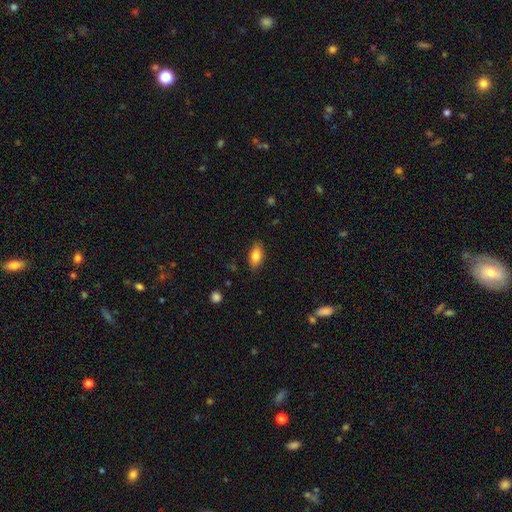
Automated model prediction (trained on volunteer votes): A smooth galaxy with no disk features (81%) that is in between round and cigar-shaped (89%).

Vote fractions:
- Smooth or featured? smooth: 81% / featured or disk: 12% / star or artifact: 8%
- How rounded? in between: 89% / cigar-shaped: 6% / round: 5%
- Merging? none: 85% / minor disturbance: 11% / major disturbance: 2% / merger: 1%